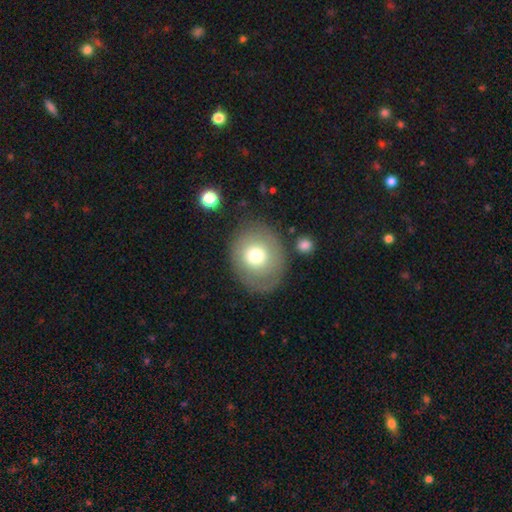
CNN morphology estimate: Smooth or featured? smooth (68%)
How rounded? round (69%)
Merging? none (76%)